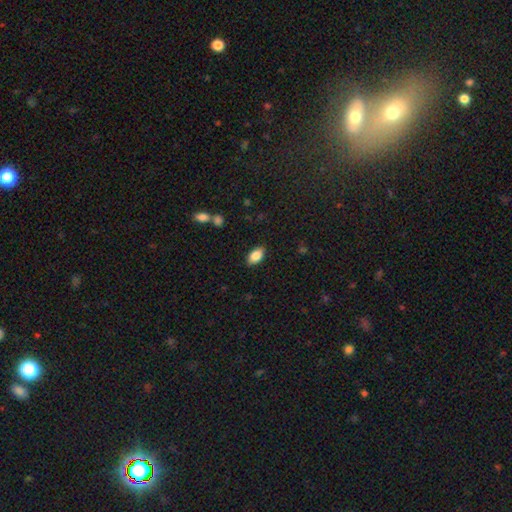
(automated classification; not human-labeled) Smooth or featured? smooth (85%)
How rounded? in between (92%)
Merging? none (87%)